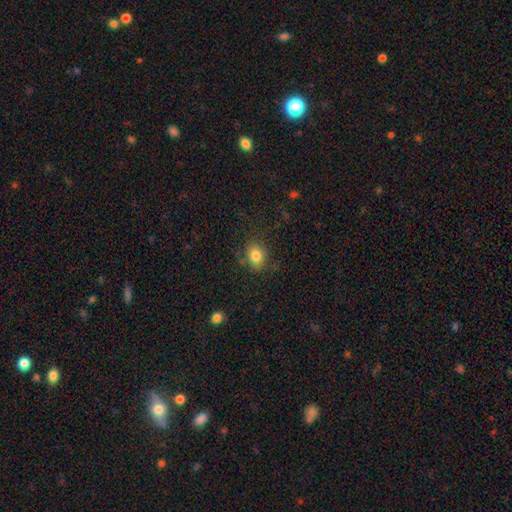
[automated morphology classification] A smooth galaxy with no disk features (82%) that is in between round and cigar-shaped (54%).

Vote fractions:
- Smooth or featured? smooth: 82% / star or artifact: 11% / featured or disk: 7%
- How rounded? in between: 54% / round: 45% / cigar-shaped: 1%
- Merging? none: 79% / minor disturbance: 14% / major disturbance: 4% / merger: 2%